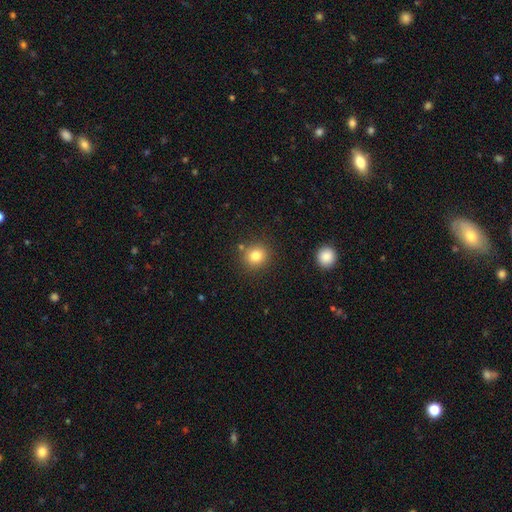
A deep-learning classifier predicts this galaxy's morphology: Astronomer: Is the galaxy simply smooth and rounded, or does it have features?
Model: smooth — 81%.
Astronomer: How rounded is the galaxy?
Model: round — 88%.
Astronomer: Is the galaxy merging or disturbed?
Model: none — 84%.